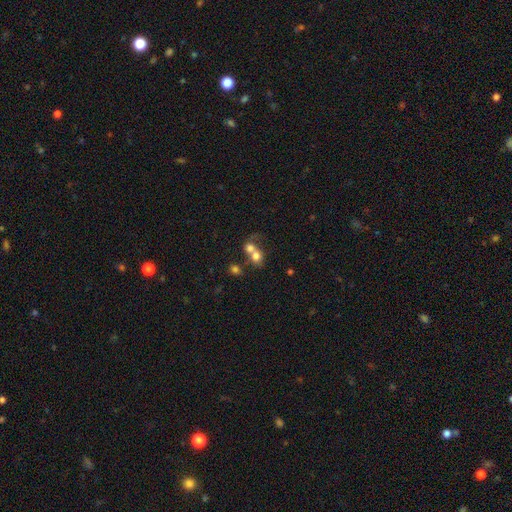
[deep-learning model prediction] This appears to be a smooth galaxy with no disk features (70%) that is round (68%). Merging: merger (67%).